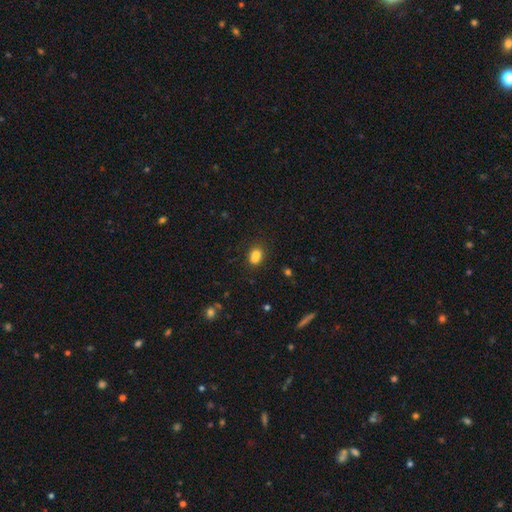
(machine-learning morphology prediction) A smooth galaxy with no disk features (82%) that is in between round and cigar-shaped (71%).

Vote fractions:
- Smooth or featured? smooth: 82% / star or artifact: 11% / featured or disk: 7%
- How rounded? in between: 71% / round: 27% / cigar-shaped: 2%
- Merging? none: 63% / minor disturbance: 17% / merger: 15% / major disturbance: 5%